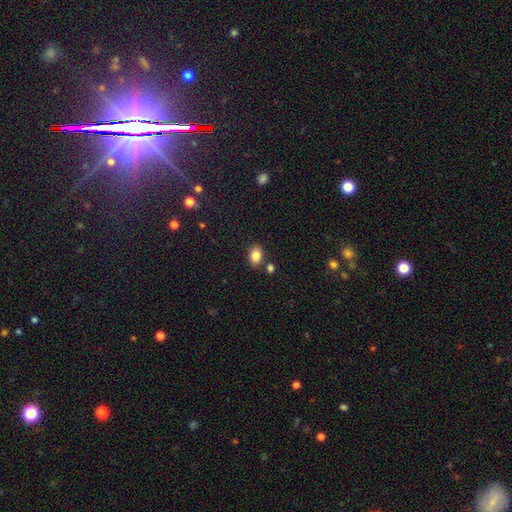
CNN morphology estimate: Smooth or featured: smooth — 84% (star or artifact — 9%)
How rounded: in between — 81% (round — 18%)
Merging: none — 79% (minor disturbance — 10%)